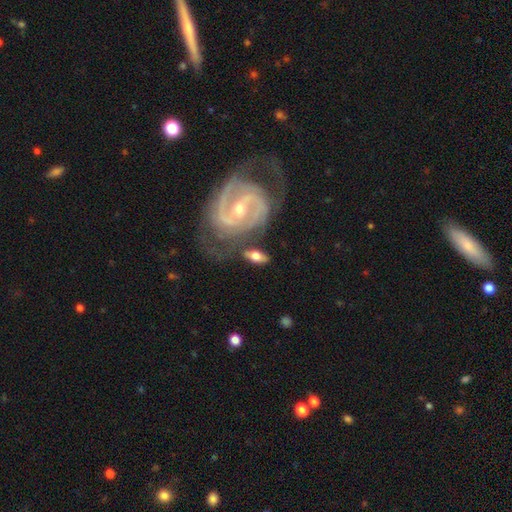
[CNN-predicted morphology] smooth-or-featured: featured or disk: 50% | smooth: 44% | star or artifact: 6%
  disk-edge-on: no: 78% | yes: 22%
  merging: none: 64% | minor disturbance: 18% | merger: 12% | major disturbance: 6%